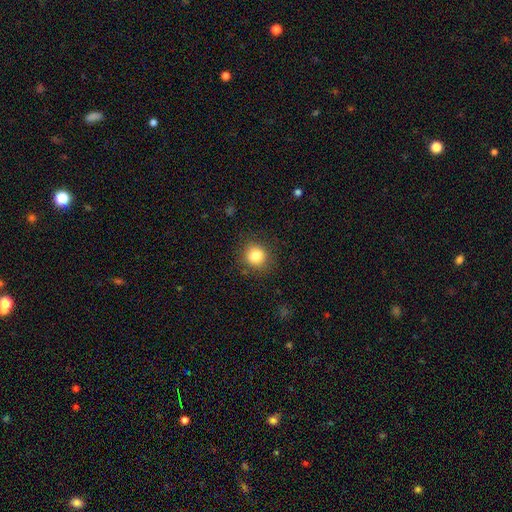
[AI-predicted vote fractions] smooth_or_featured: smooth (p=0.83) [alt: star or artifact p=0.11]
how_rounded: round (p=0.86) [alt: in between p=0.13]
merging: none (p=0.87) [alt: minor disturbance p=0.09]